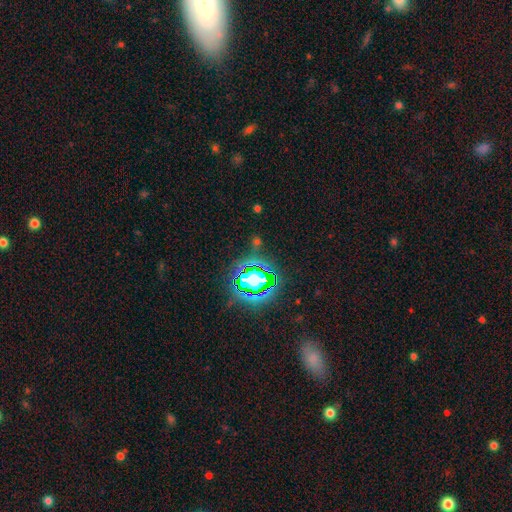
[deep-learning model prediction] Smooth or featured? star or artifact (75%)